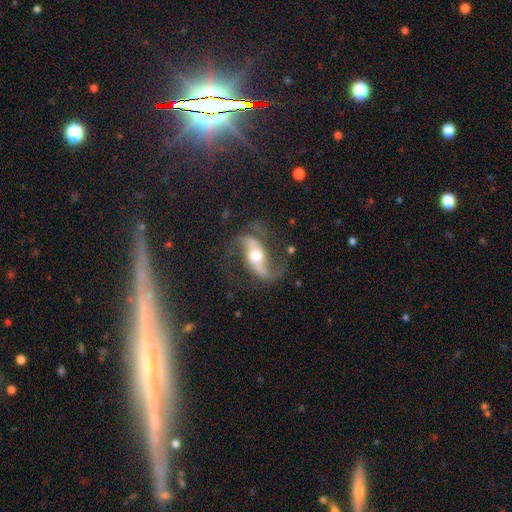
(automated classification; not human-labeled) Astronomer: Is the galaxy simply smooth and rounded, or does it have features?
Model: featured or disk — 87%.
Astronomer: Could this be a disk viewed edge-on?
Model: no — 91%.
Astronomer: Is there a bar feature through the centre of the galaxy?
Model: strong — 44% (runner-up: weak, 29%).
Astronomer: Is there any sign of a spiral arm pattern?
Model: yes — 96%.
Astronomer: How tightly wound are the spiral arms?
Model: loose — 63%.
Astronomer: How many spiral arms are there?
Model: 2 — 94%.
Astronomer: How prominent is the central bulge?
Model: moderate — 64%.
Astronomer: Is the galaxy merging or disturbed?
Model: none — 74%.